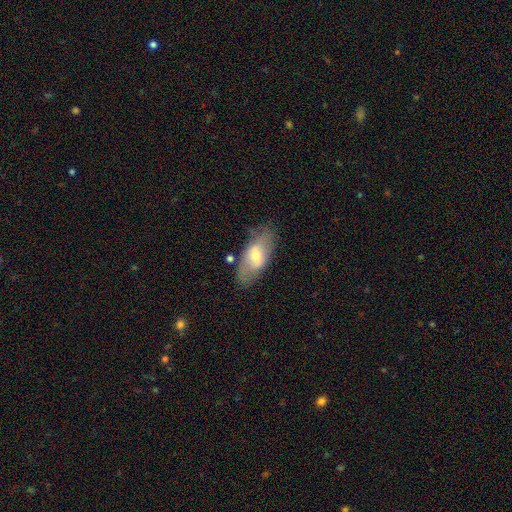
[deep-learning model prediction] Smooth or featured?
  - smooth: 53% *
  - featured or disk: 40%
  - star or artifact: 7%
How rounded?
  - in between: 86% *
  - cigar-shaped: 10%
  - round: 4%
Merging?
  - none: 74% *
  - minor disturbance: 18%
  - major disturbance: 5%
  - merger: 3%